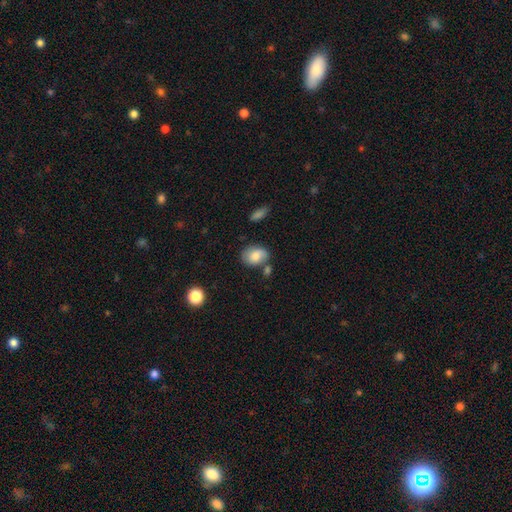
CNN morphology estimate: smooth-or-featured: smooth: 76% | featured or disk: 16% | star or artifact: 8%
  how-rounded: in between: 74% | round: 25% | cigar-shaped: 1%
  merging: none: 60% | minor disturbance: 22% | merger: 12% | major disturbance: 6%